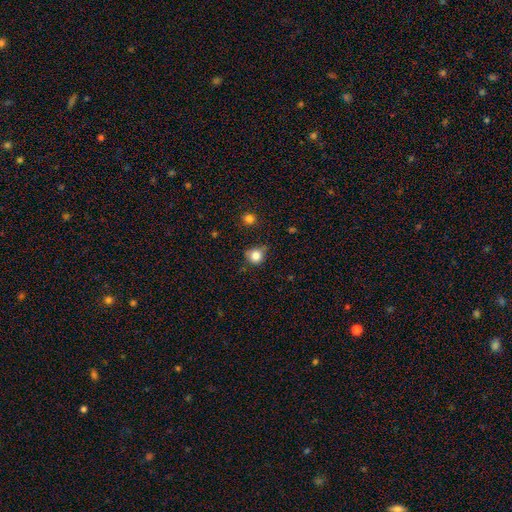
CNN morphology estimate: The model was most divided on "merging": none: 63%, minor disturbance: 27%, major disturbance: 6%, merger: 4%. More confident: how rounded — round (84%); smooth or featured — smooth (83%).